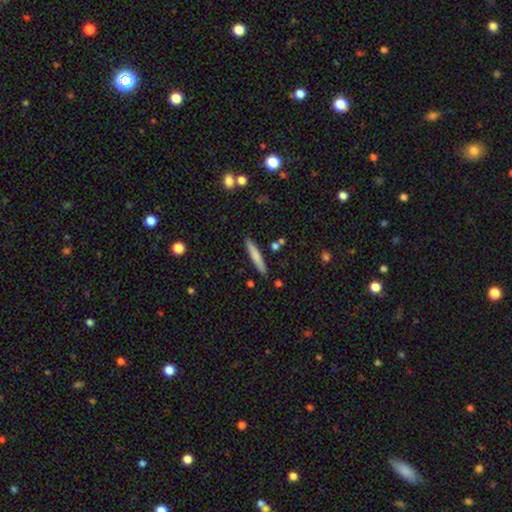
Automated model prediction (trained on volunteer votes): smooth-or-featured: smooth: 72% | featured or disk: 22% | star or artifact: 6%
  how-rounded: cigar-shaped: 93% | in between: 5% | round: 1%
  merging: none: 87% | minor disturbance: 8% | merger: 3% | major disturbance: 2%